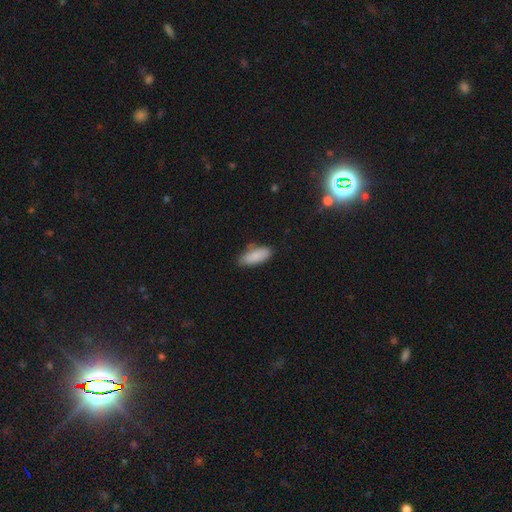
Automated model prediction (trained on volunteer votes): Smooth or featured?
  - smooth: 86% *
  - featured or disk: 8%
  - star or artifact: 6%
How rounded?
  - in between: 76% *
  - cigar-shaped: 22%
  - round: 2%
Merging?
  - none: 75% *
  - minor disturbance: 19%
  - major disturbance: 3%
  - merger: 3%